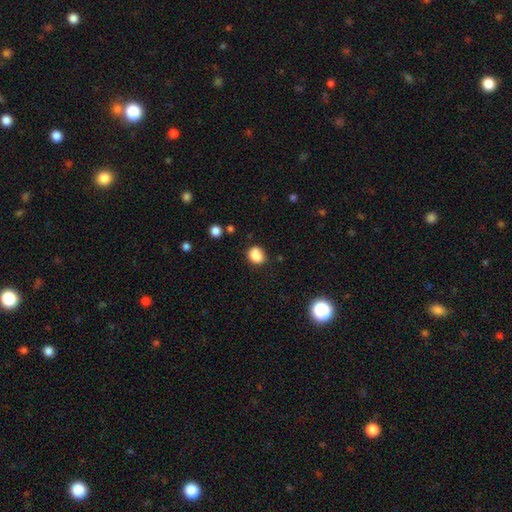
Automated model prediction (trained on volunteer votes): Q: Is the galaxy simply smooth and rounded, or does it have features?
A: smooth — 85%.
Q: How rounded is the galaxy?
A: round — 59%.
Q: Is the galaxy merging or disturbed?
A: none — 76%.